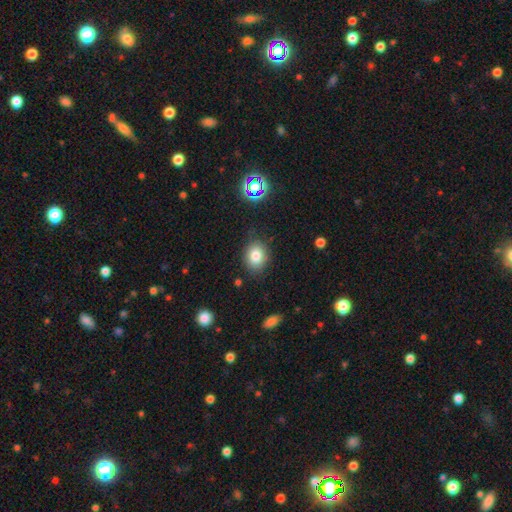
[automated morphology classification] Smooth or featured: smooth — 81% (star or artifact — 11%)
How rounded: in between — 50% (round — 49%)
Merging: none — 83% (minor disturbance — 12%)